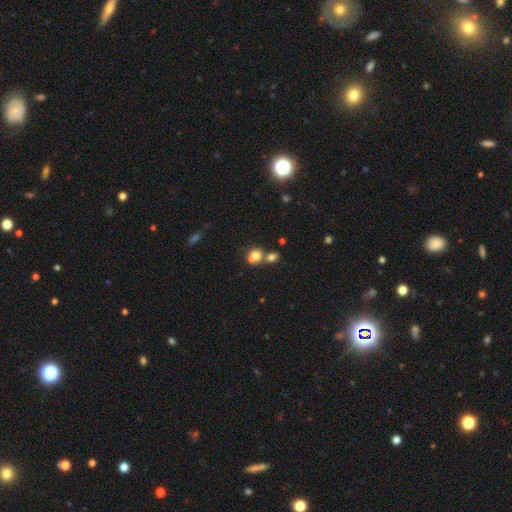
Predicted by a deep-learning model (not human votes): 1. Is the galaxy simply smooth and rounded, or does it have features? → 73% smooth, 14% featured or disk, 13% star or artifact.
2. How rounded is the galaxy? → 73% round, 26% in between, 1% cigar-shaped.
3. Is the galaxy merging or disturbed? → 56% merger, 33% none, 7% minor disturbance, 3% major disturbance.